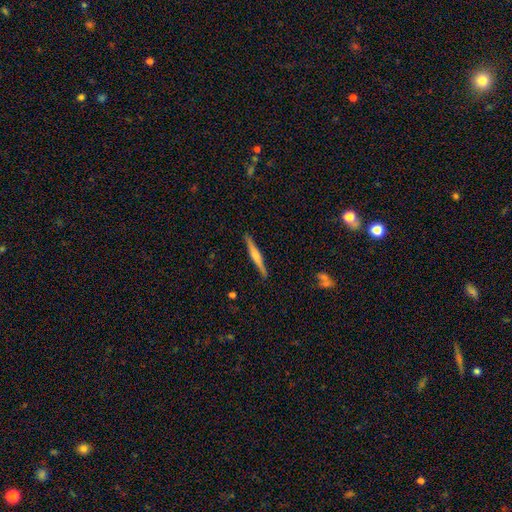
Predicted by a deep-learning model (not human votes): smooth-or-featured: featured or disk: 51% | smooth: 43% | star or artifact: 6%
  disk-edge-on: yes: 97% | no: 3%
    edge-on-bulge: rounded: 56% | none: 27% | boxy: 17%
  merging: none: 90% | minor disturbance: 8% | major disturbance: 2% | merger: 1%